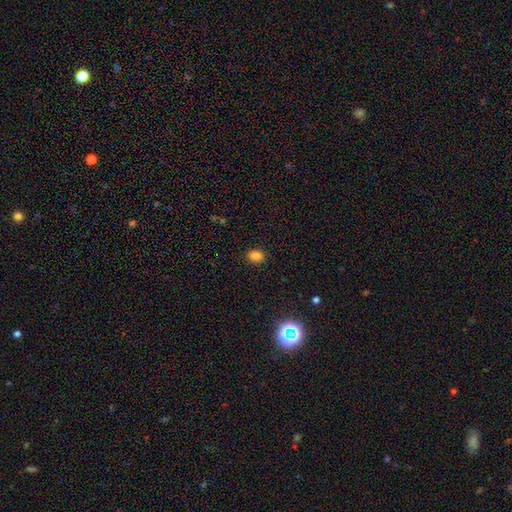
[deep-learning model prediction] Smooth or featured? Predicted: smooth (p=0.82). How rounded? Predicted: in between (p=0.52). Merging? Predicted: none (p=0.89).